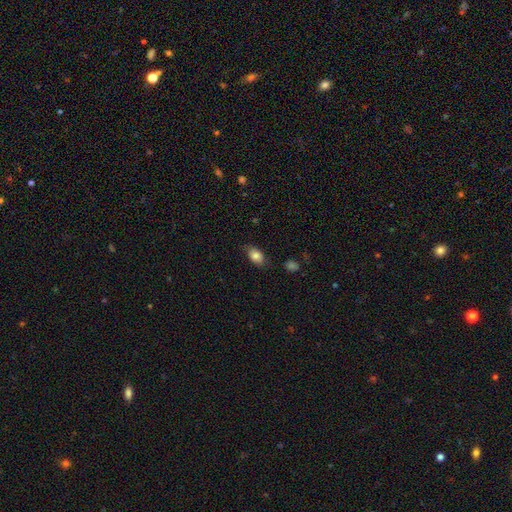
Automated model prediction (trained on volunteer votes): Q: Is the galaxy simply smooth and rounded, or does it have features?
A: smooth — 81%.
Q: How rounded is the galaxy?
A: in between — 88%.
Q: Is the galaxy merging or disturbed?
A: none — 73%.